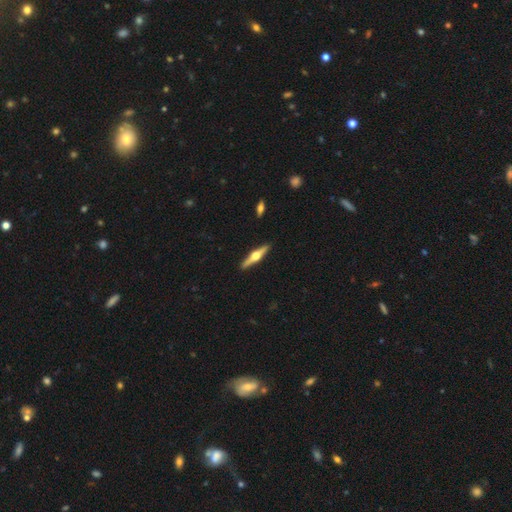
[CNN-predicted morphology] Overall: featured or disk (75%). Edge-on disk: yes (98%). Edge-on bulge: rounded (96%). Merging: none (92%).